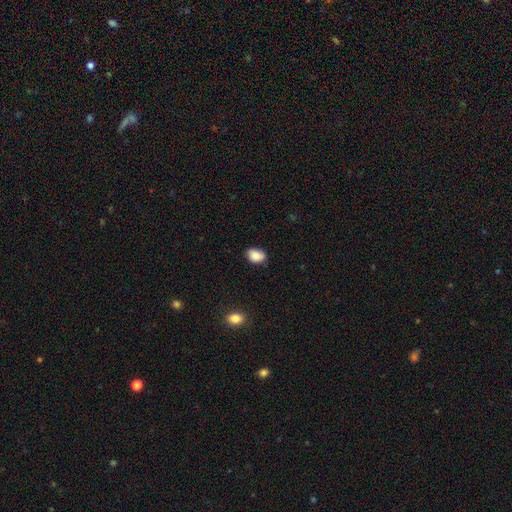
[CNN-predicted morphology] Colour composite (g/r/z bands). It shows a smooth galaxy with no disk features (88%) that is in between round and cigar-shaped (76%). Merging: none (77%).